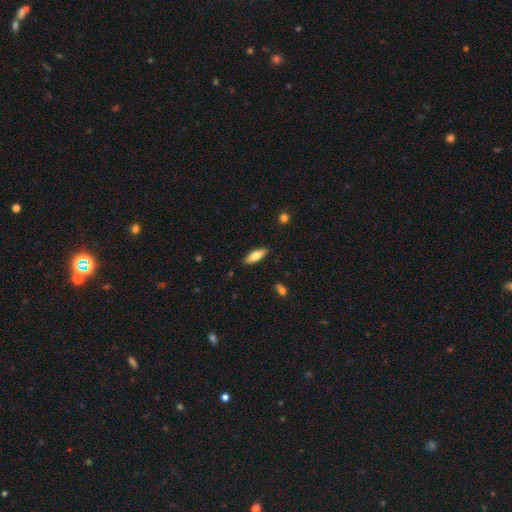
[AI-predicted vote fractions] Morphology: type=smooth (64%); roundness=in between (59%); merging=none (88%).